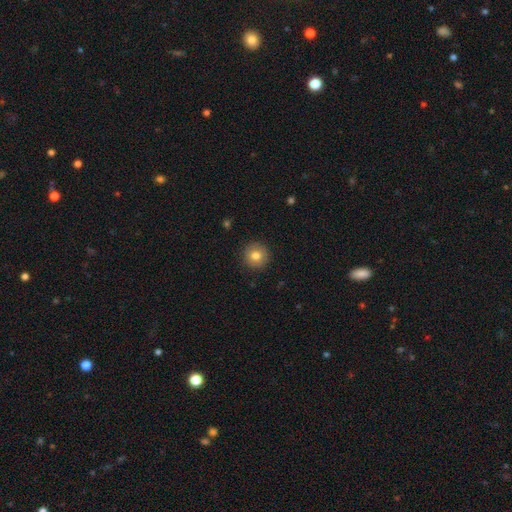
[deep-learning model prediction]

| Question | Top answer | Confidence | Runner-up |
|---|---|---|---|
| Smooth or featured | smooth | 79% | featured or disk (11%) |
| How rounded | round | 95% | in between (4%) |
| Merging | none | 92% | minor disturbance (6%) |